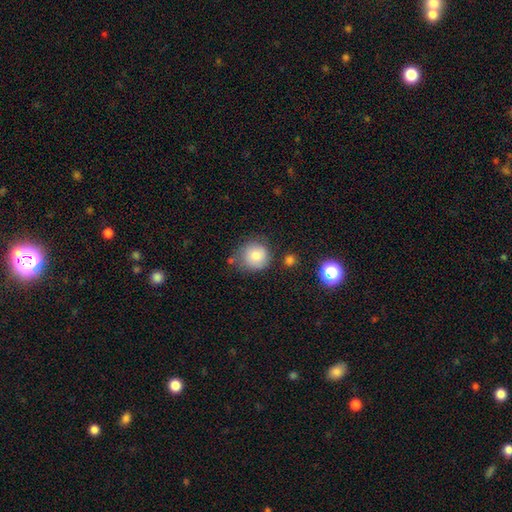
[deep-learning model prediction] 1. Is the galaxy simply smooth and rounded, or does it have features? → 83% smooth, 9% star or artifact, 8% featured or disk.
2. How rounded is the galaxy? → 90% round, 9% in between, 1% cigar-shaped.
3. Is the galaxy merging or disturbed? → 66% none, 21% minor disturbance, 7% merger, 6% major disturbance.